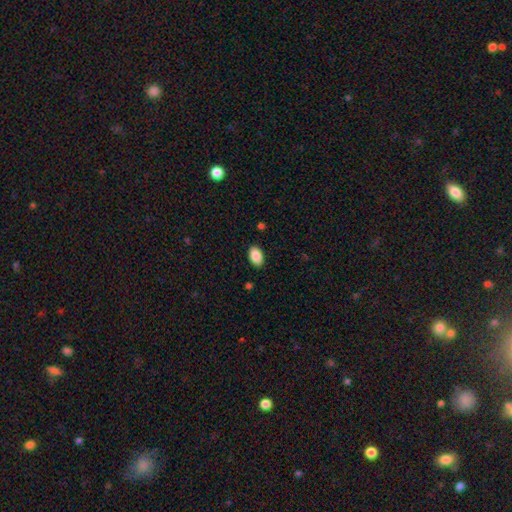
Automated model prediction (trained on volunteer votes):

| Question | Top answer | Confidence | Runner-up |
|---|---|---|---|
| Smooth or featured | smooth | 89% | star or artifact (7%) |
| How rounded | in between | 92% | round (7%) |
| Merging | none | 88% | minor disturbance (9%) |